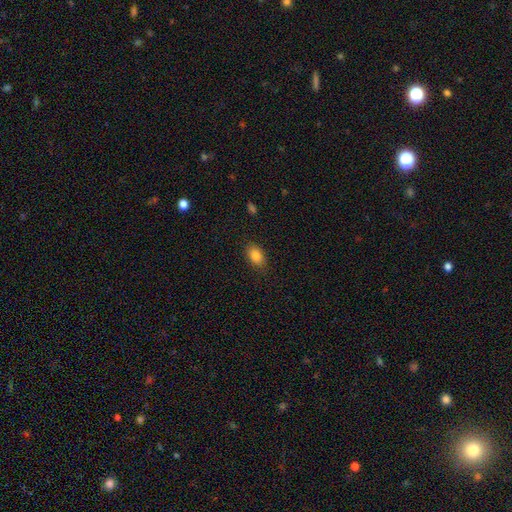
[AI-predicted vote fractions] Q: Smooth or featured?
A: smooth (85%); runner-up: star or artifact (8%)
Q: How rounded?
A: in between (87%); runner-up: round (11%)
Q: Merging?
A: none (85%); runner-up: minor disturbance (11%)